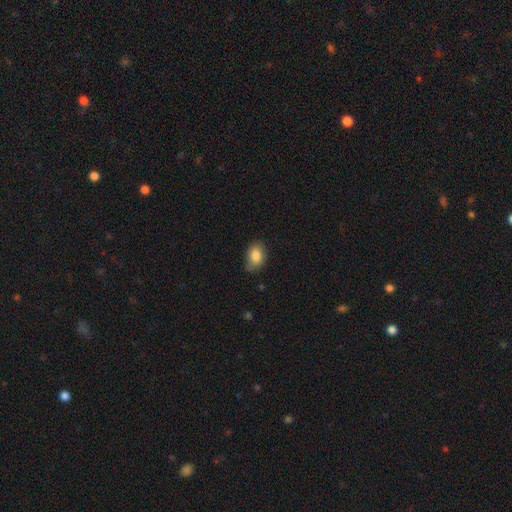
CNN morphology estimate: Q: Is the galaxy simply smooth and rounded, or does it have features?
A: smooth — 84%.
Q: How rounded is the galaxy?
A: in between — 82%.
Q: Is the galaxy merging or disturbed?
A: none — 70%.